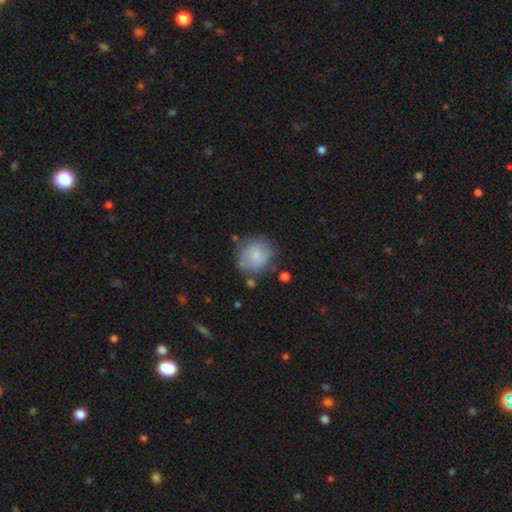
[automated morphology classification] smooth-or-featured: smooth: 67% | featured or disk: 25% | star or artifact: 8%
  how-rounded: round: 81% | in between: 18% | cigar-shaped: 1%
  merging: none: 64% | minor disturbance: 22% | major disturbance: 9% | merger: 5%